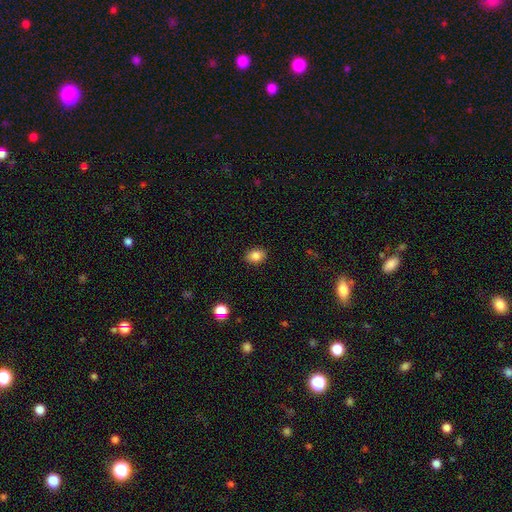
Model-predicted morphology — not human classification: Q: Smooth or featured?
A: smooth (84%); runner-up: star or artifact (10%)
Q: How rounded?
A: in between (67%); runner-up: round (32%)
Q: Merging?
A: none (88%); runner-up: minor disturbance (9%)